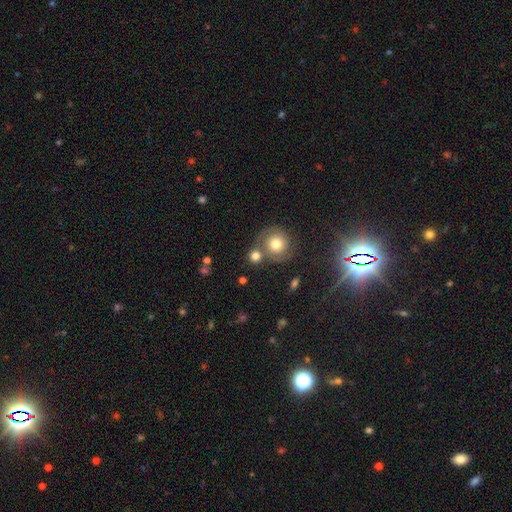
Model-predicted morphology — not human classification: smooth 69%, featured or disk 20%, star or artifact 11%. Down the decision tree: how rounded — round (88%); merging — none (56%).